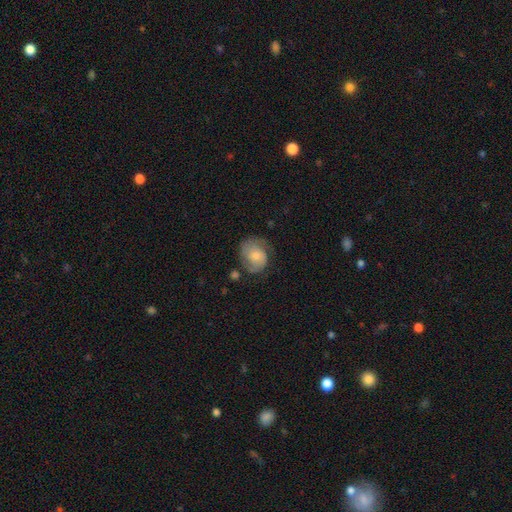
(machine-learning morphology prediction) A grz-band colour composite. It shows a featured or disk galaxy (53%) with no bar (75%), spiral arms (84%) and a moderate central bulge (44%). Merging: none (57%).